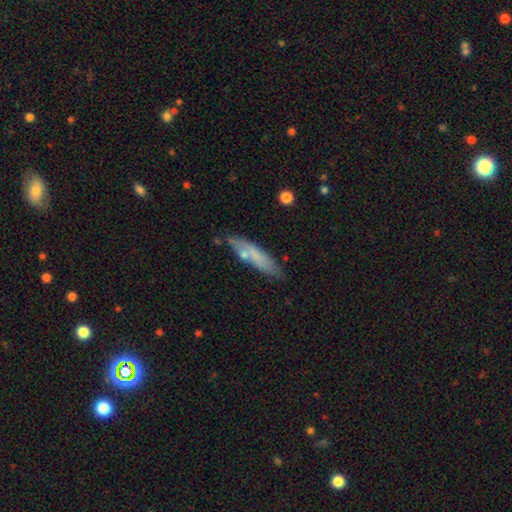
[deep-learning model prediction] The model was most divided on "smooth or featured": smooth: 61%, featured or disk: 33%, star or artifact: 7%. More confident: how rounded — cigar-shaped (76%); merging — none (71%).